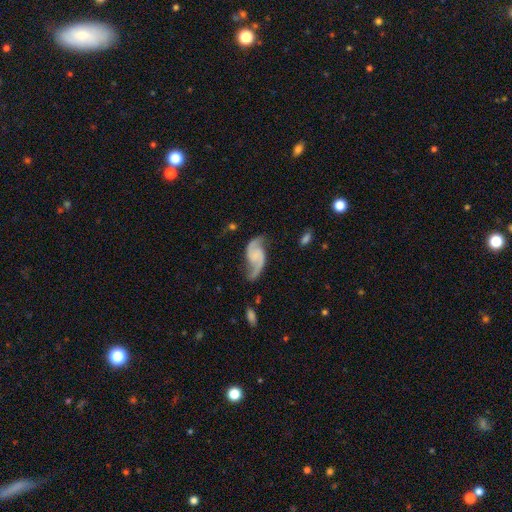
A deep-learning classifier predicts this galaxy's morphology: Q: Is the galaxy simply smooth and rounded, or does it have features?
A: featured or disk — 87%.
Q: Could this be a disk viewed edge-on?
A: no — 98%.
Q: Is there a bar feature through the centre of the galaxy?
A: no — 55%.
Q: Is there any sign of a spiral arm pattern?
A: yes — 97%.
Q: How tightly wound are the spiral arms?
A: loose — 63%.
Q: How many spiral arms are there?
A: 2 — 93%.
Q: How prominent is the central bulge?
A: none — 65%.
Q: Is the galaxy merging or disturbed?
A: none — 69%.